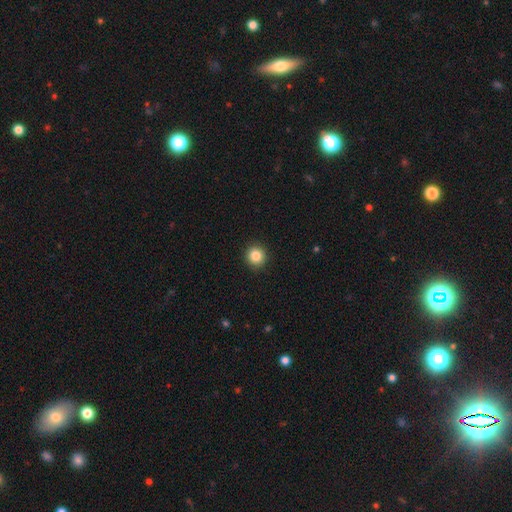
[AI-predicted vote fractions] A smooth galaxy with no disk features (85%) that is round (94%).

Vote fractions:
- Smooth or featured? smooth: 85% / star or artifact: 10% / featured or disk: 5%
- How rounded? round: 94% / in between: 5% / cigar-shaped: 1%
- Merging? none: 92% / minor disturbance: 5% / major disturbance: 2% / merger: 1%